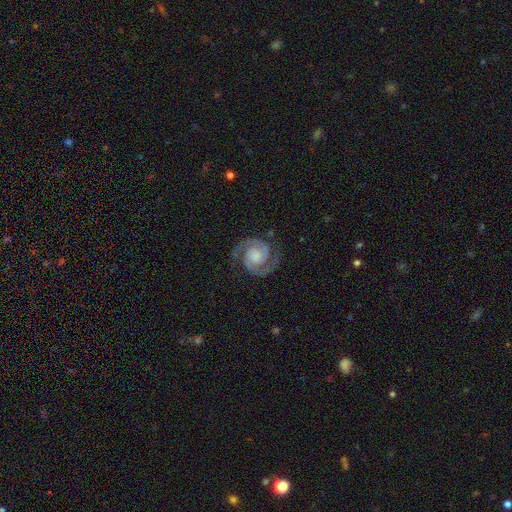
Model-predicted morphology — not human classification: A featured or disk galaxy (92%) with no bar (66%), 2 (95%) tight (49%) spiral arms (99%) and a moderate central bulge (29%, tied with none). Merging: none (83%).